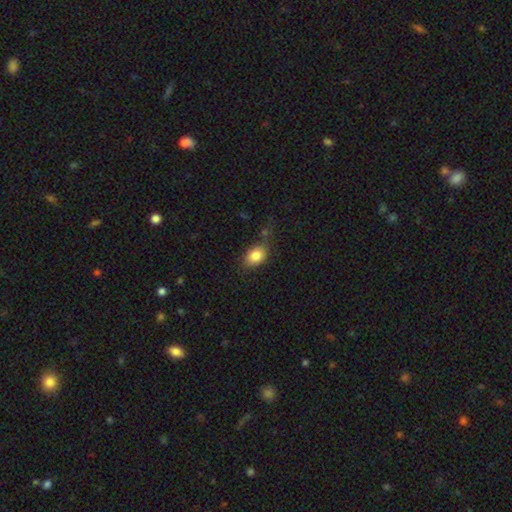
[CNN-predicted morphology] Smooth or featured? Predicted: smooth (p=0.84). How rounded? Predicted: in between (p=0.76). Merging? Predicted: none (p=0.65).